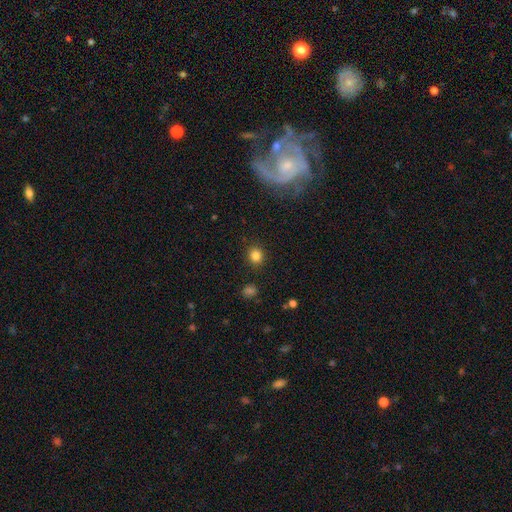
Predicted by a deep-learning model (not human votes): Smooth or featured: smooth — 83% (star or artifact — 12%)
How rounded: round — 81% (in between — 18%)
Merging: none — 89% (minor disturbance — 7%)